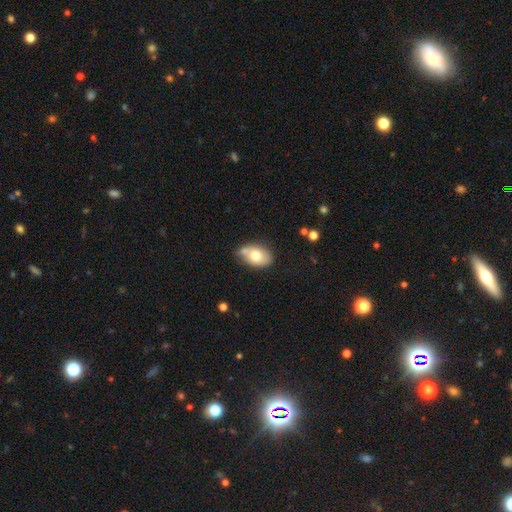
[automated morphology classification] Smooth or featured?
  - smooth: 72% *
  - featured or disk: 20%
  - star or artifact: 8%
How rounded?
  - in between: 83% *
  - round: 16%
  - cigar-shaped: 1%
Merging?
  - none: 57% *
  - minor disturbance: 22%
  - merger: 16%
  - major disturbance: 5%